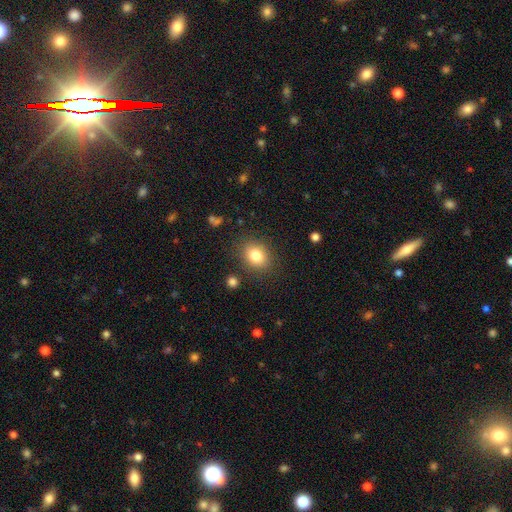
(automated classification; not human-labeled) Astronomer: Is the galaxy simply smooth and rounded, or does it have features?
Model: smooth — 82%.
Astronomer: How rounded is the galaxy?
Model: in between — 51% (runner-up: round, 48%).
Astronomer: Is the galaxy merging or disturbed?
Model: none — 83%.